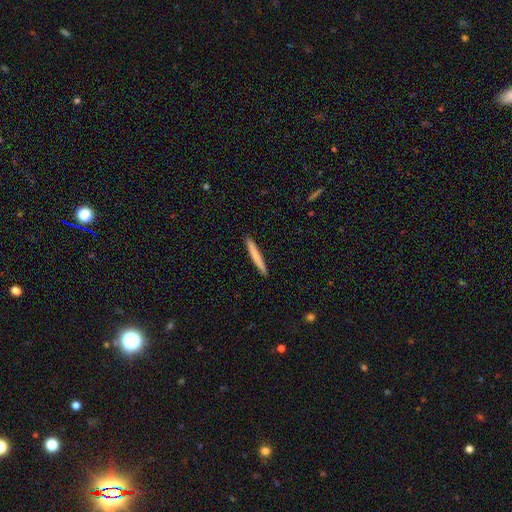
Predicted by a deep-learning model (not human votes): Overall: smooth (73%). How rounded: cigar-shaped (97%). Merging: none (92%).